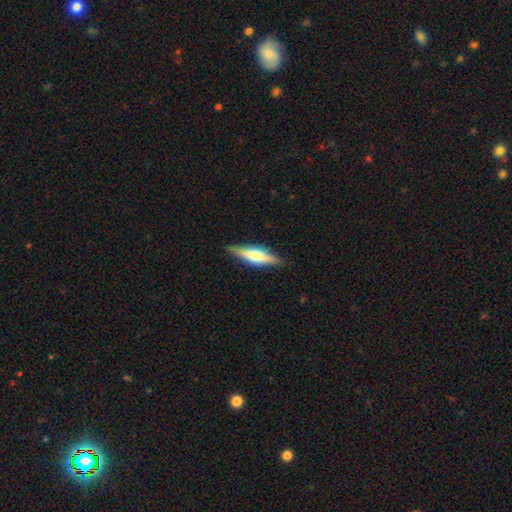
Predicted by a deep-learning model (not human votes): A featured or disk galaxy (52%) viewed edge-on (94%). Merging: none (88%).